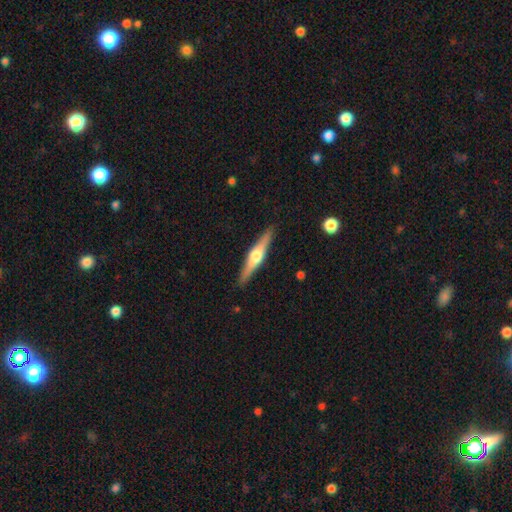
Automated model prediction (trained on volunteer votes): The model was most divided on "smooth or featured": featured or disk: 68%, smooth: 26%, star or artifact: 5%. More confident: edge-on disk — yes (97%); edge-on bulge — rounded (91%); merging — none (91%).